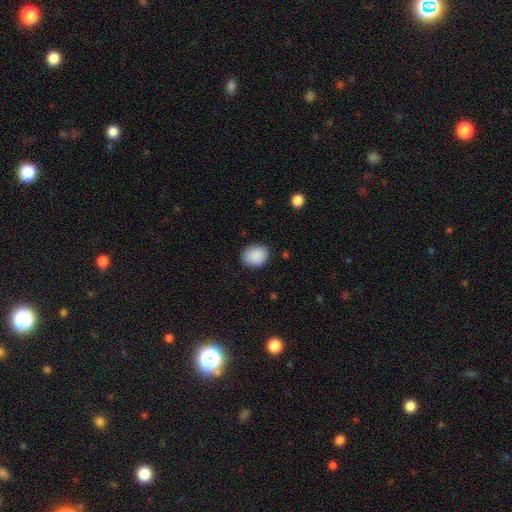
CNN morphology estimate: smooth_or_featured: smooth (p=0.89) [alt: star or artifact p=0.07]
how_rounded: round (p=0.54) [alt: in between p=0.45]
merging: none (p=0.86) [alt: minor disturbance p=0.10]